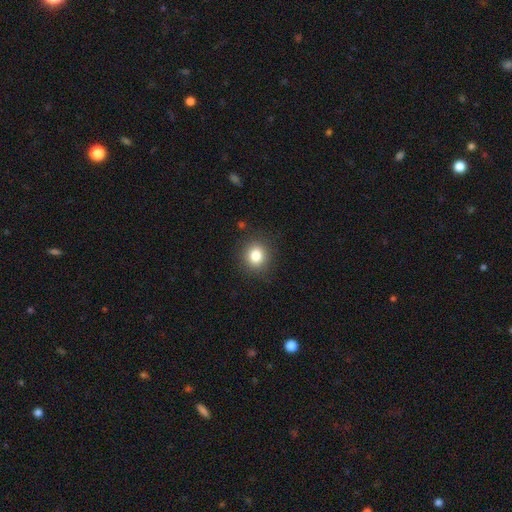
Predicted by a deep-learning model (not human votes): Smooth or featured: smooth — 82% (star or artifact — 12%)
How rounded: round — 84% (in between — 15%)
Merging: none — 88% (minor disturbance — 8%)